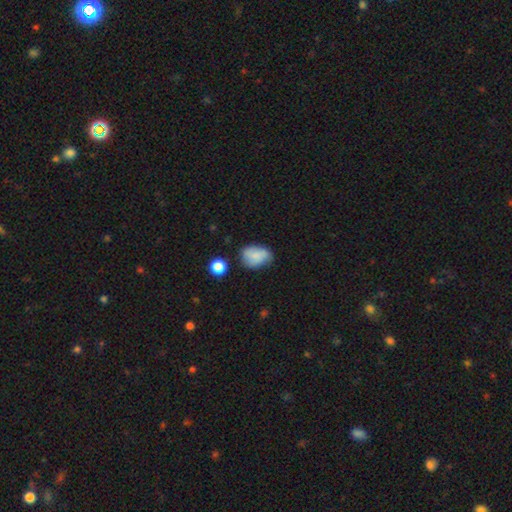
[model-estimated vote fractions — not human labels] A smooth galaxy with no disk features (73%) that is in between round and cigar-shaped (76%).

Vote fractions:
- Smooth or featured? smooth: 73% / featured or disk: 18% / star or artifact: 9%
- How rounded? in between: 76% / round: 23% / cigar-shaped: 1%
- Merging? none: 54% / minor disturbance: 33% / major disturbance: 8% / merger: 4%